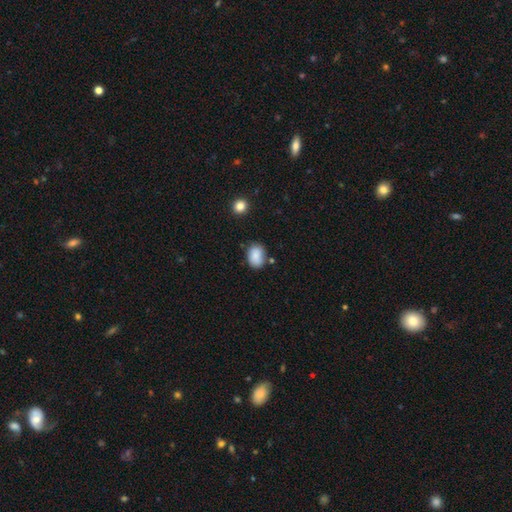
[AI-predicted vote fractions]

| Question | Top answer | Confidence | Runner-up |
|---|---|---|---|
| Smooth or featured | smooth | 87% | star or artifact (8%) |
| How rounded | in between | 73% | round (26%) |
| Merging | none | 71% | minor disturbance (19%) |